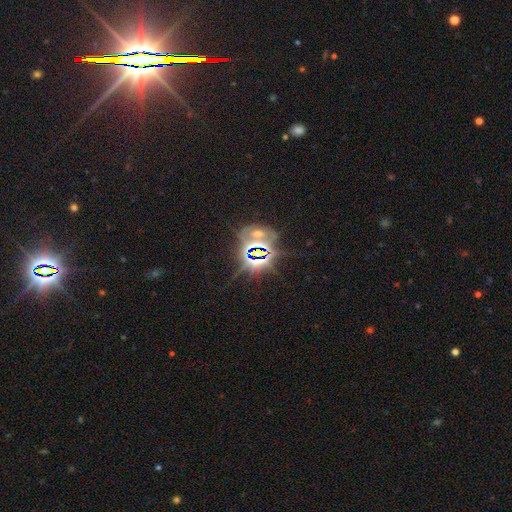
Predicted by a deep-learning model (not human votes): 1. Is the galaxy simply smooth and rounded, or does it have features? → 79% star or artifact, 11% featured or disk, 9% smooth.